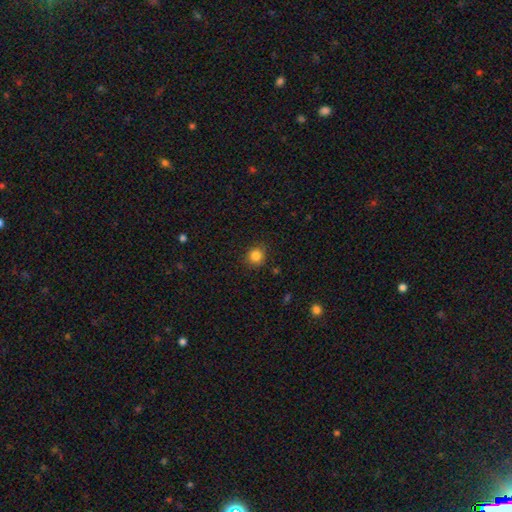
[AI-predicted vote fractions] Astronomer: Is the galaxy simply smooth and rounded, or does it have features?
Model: smooth — 84%.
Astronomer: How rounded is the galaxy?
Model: round — 89%.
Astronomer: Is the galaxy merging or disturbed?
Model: none — 87%.